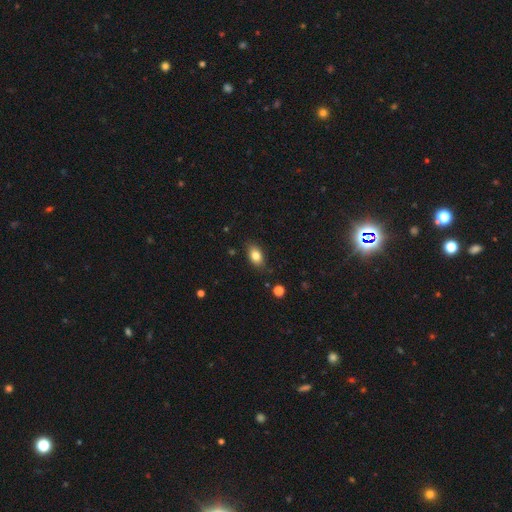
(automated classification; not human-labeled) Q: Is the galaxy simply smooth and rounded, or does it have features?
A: smooth — 82%.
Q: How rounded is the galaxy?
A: in between — 87%.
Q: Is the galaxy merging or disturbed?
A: none — 83%.